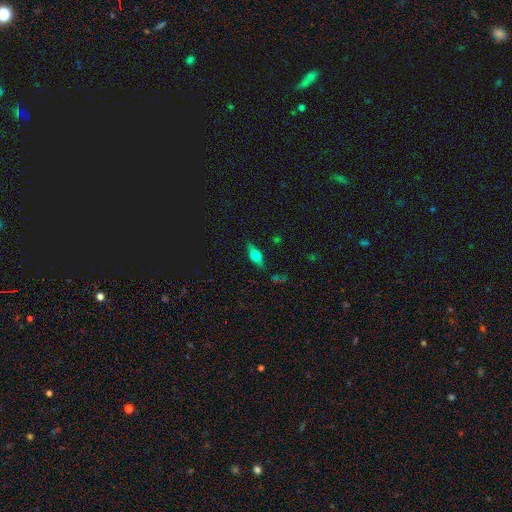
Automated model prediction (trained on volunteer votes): A smooth galaxy with no disk features (60%) that is in between round and cigar-shaped (71%). Merging: none (78%).